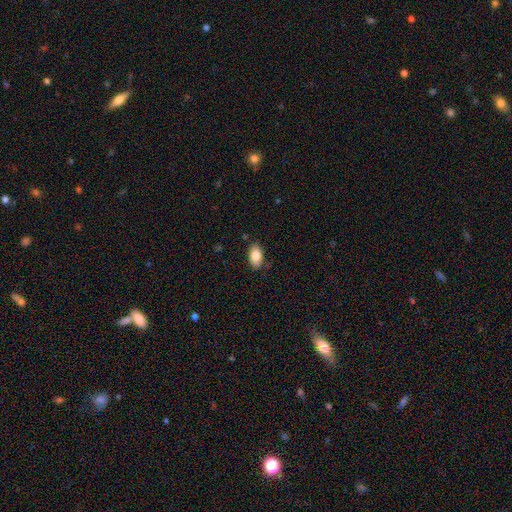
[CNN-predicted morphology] Overall: smooth (83%). How rounded: in between (92%). Merging: none (83%).